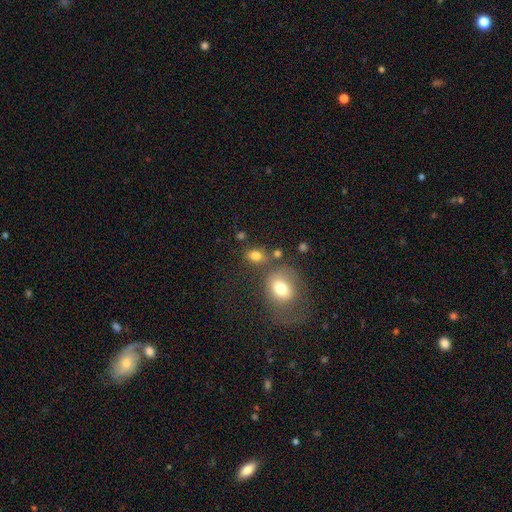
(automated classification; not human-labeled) A smooth galaxy with no disk features (78%) that is in between round and cigar-shaped (70%). Merging: none (63%).